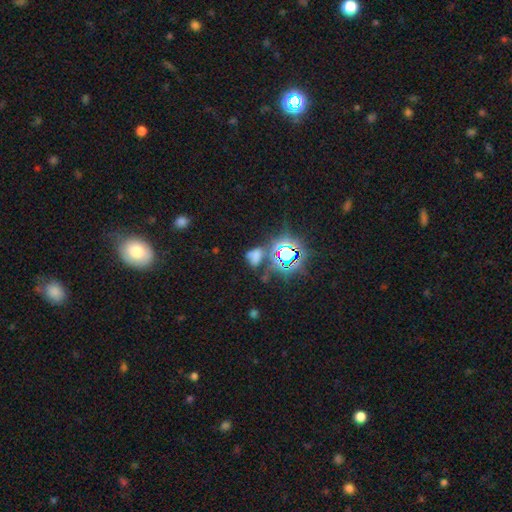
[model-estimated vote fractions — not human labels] A star or artifact, not a galaxy (47%).

Vote fractions:
- Smooth or featured? star or artifact: 47% / smooth: 40% / featured or disk: 13%